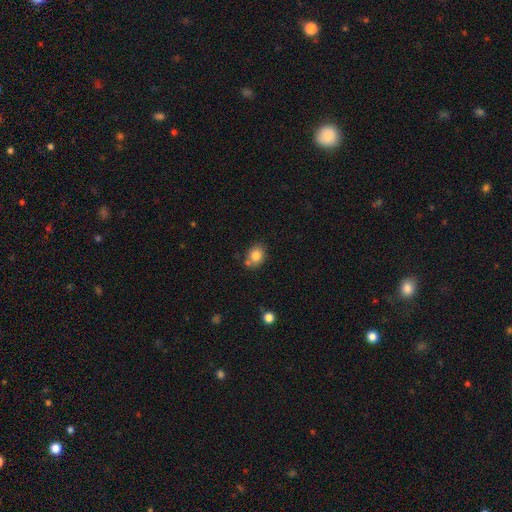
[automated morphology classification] smooth-or-featured: smooth: 82% | star or artifact: 10% | featured or disk: 9%
  how-rounded: round: 54% | in between: 45% | cigar-shaped: 1%
  merging: none: 69% | minor disturbance: 15% | merger: 12% | major disturbance: 4%